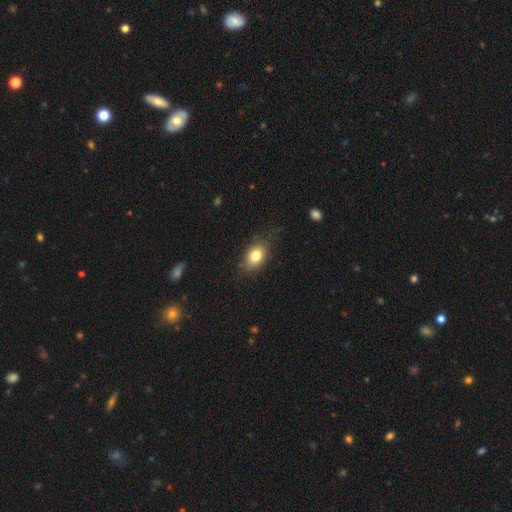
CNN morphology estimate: smooth 80%, featured or disk 12%, star or artifact 8%. Down the decision tree: how rounded — in between (81%); merging — none (76%).